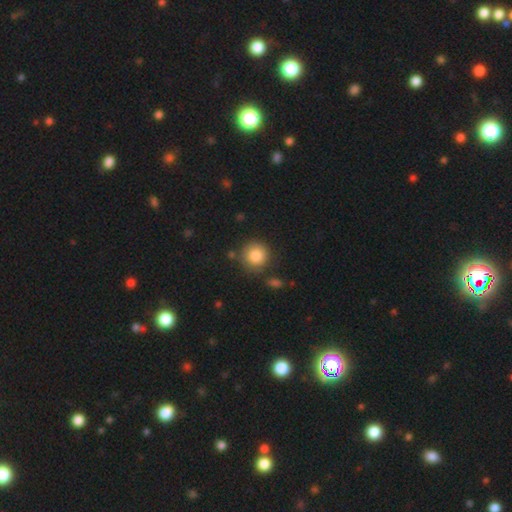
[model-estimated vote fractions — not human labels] smooth-or-featured: smooth: 85% | star or artifact: 9% | featured or disk: 6%
  how-rounded: round: 93% | in between: 6% | cigar-shaped: 1%
  merging: none: 80% | minor disturbance: 11% | merger: 6% | major disturbance: 3%